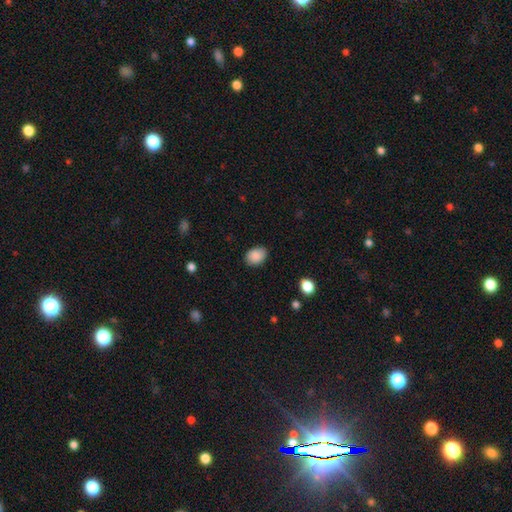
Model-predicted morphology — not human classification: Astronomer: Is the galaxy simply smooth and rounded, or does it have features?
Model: smooth — 88%.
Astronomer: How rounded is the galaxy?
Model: in between — 66%.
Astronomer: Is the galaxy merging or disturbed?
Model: none — 80%.